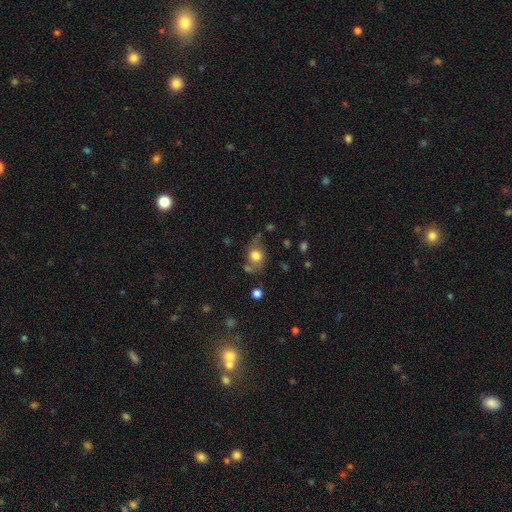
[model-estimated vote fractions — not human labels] Smooth or featured: smooth — 74% (featured or disk — 16%)
How rounded: round — 58% (in between — 41%)
Merging: none — 57% (minor disturbance — 21%)